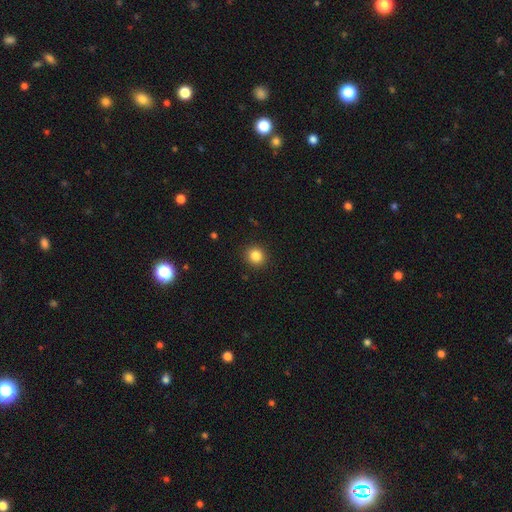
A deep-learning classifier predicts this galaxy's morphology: Smooth or featured? smooth (85%)
How rounded? round (86%)
Merging? none (91%)